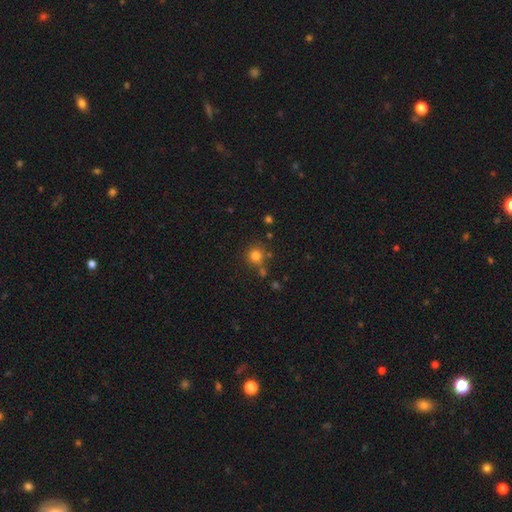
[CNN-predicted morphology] smooth-or-featured: smooth: 79% | star or artifact: 14% | featured or disk: 7%
  how-rounded: round: 92% | in between: 7% | cigar-shaped: 1%
  merging: none: 73% | merger: 12% | minor disturbance: 11% | major disturbance: 4%